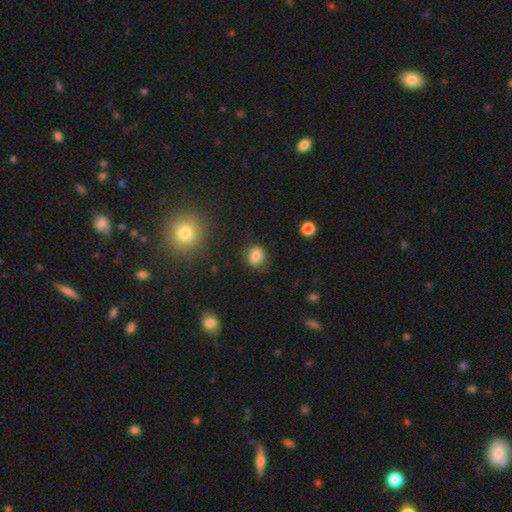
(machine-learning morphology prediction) This appears to be a smooth galaxy with no disk features (83%) that is round (49%, tied with in between). Merging: none (79%).